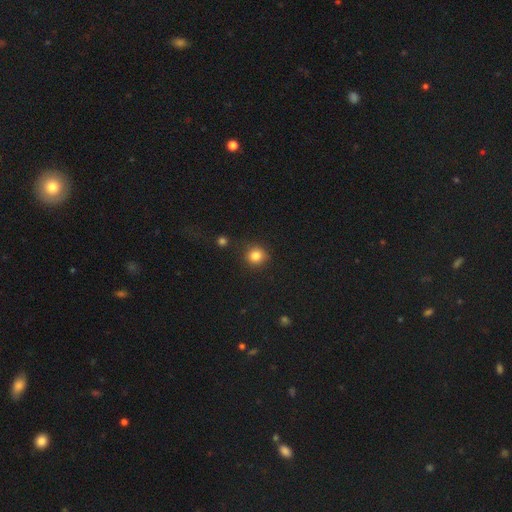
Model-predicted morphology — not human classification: smooth-or-featured: smooth: 83% | star or artifact: 12% | featured or disk: 5%
  how-rounded: round: 90% | in between: 9% | cigar-shaped: 1%
  merging: none: 85% | minor disturbance: 9% | merger: 3% | major disturbance: 3%